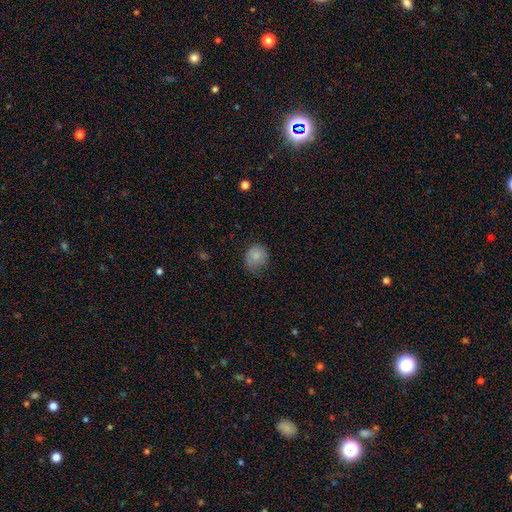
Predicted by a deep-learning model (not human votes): A smooth galaxy with no disk features (82%) that is round (72%).

Vote fractions:
- Smooth or featured? smooth: 82% / featured or disk: 9% / star or artifact: 9%
- How rounded? round: 72% / in between: 28% / cigar-shaped: 1%
- Merging? none: 54% / minor disturbance: 35% / major disturbance: 11% / merger: 1%